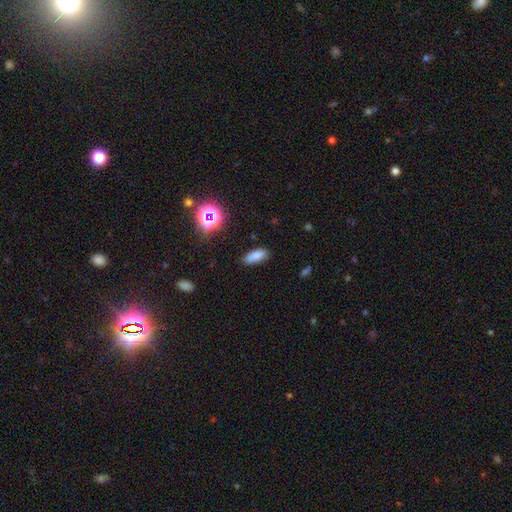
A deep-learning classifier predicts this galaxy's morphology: Smooth or featured: smooth — 75% (star or artifact — 14%)
How rounded: in between — 80% (cigar-shaped — 16%)
Merging: none — 66% (minor disturbance — 21%)